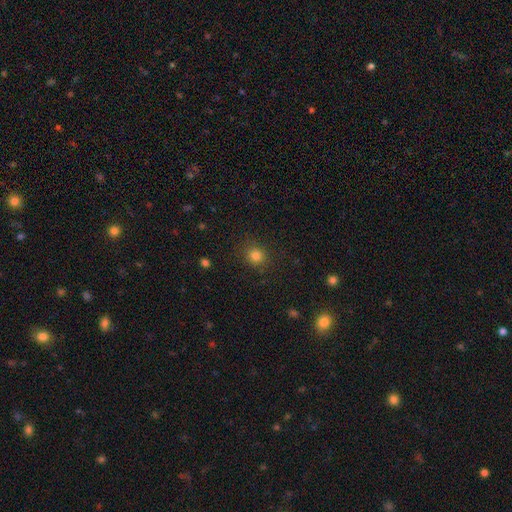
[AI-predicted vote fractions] This is clearly a smooth galaxy (81%). How rounded: clearly round (88%). Merging: clearly none (87%).